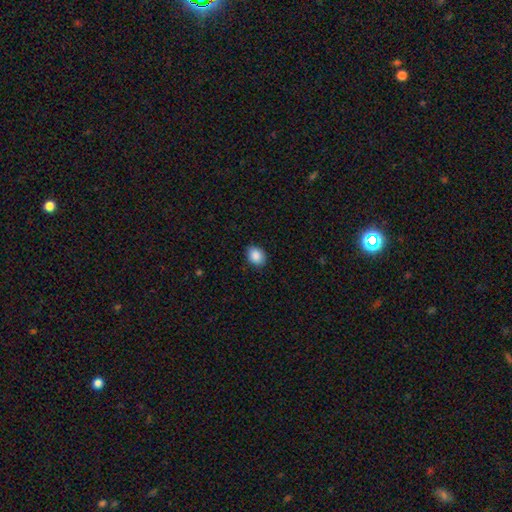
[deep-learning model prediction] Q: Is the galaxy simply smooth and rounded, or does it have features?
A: smooth — 88%.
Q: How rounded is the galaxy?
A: in between — 57%.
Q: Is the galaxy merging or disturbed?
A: none — 88%.